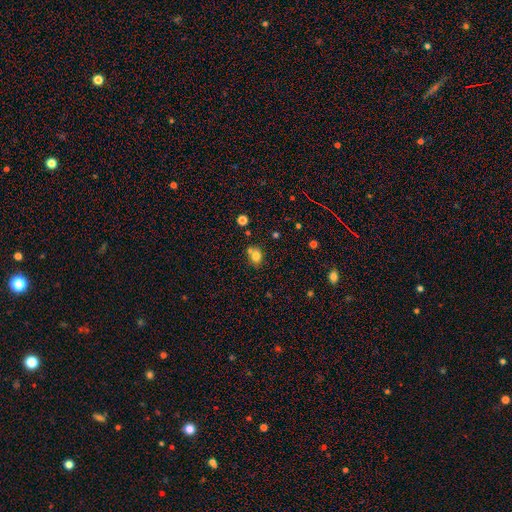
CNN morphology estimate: Overall: smooth (78%). How rounded: round (59%; in between 40%). Merging: none (54%; merger 30%).